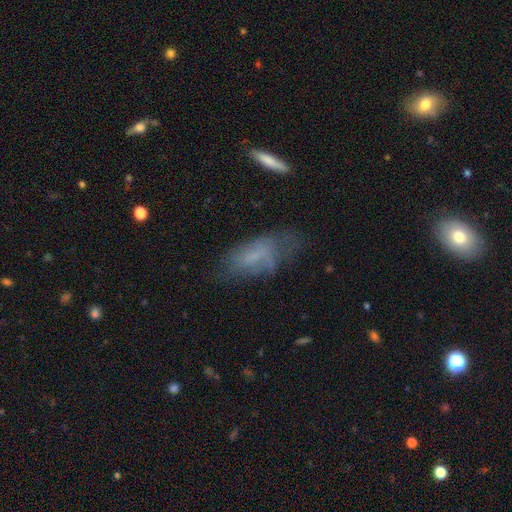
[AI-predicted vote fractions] Smooth or featured? Predicted: smooth (p=0.55). How rounded? Predicted: in between (p=0.80). Merging? Predicted: none (p=0.42).